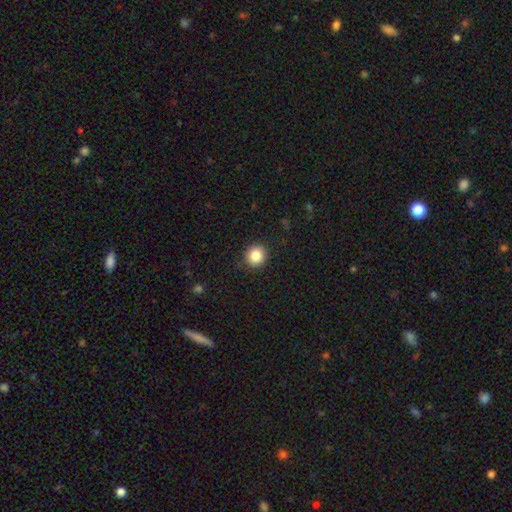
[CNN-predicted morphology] Q: Smooth or featured?
A: smooth (86%); runner-up: star or artifact (10%)
Q: How rounded?
A: round (88%); runner-up: in between (11%)
Q: Merging?
A: none (90%); runner-up: minor disturbance (7%)